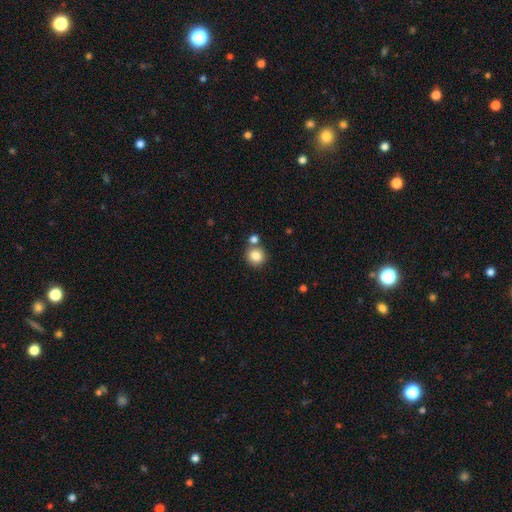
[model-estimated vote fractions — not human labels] The model was most divided on "merging": none: 70%, merger: 19%, minor disturbance: 8%, major disturbance: 3%. More confident: how rounded — round (89%); smooth or featured — smooth (82%).